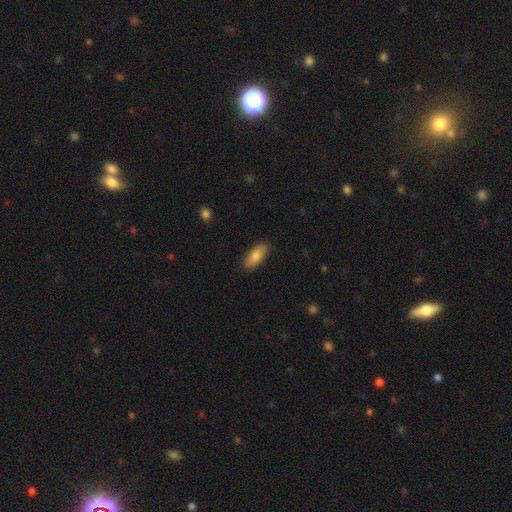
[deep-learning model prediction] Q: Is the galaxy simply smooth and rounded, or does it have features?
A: smooth — 83%.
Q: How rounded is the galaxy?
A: in between — 85%.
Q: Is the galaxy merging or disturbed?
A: none — 87%.